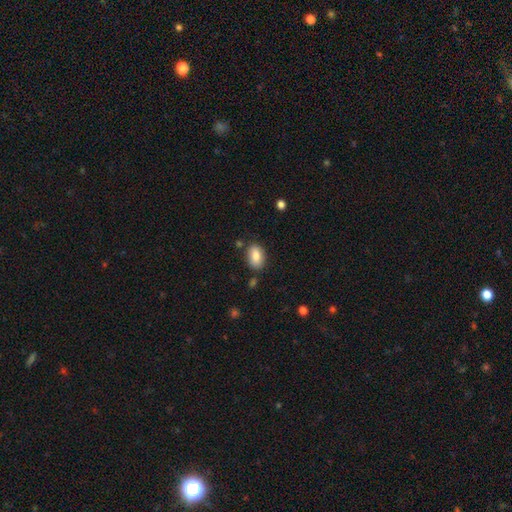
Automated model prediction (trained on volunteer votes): Smooth or featured? smooth (84%)
How rounded? in between (89%)
Merging? none (81%)